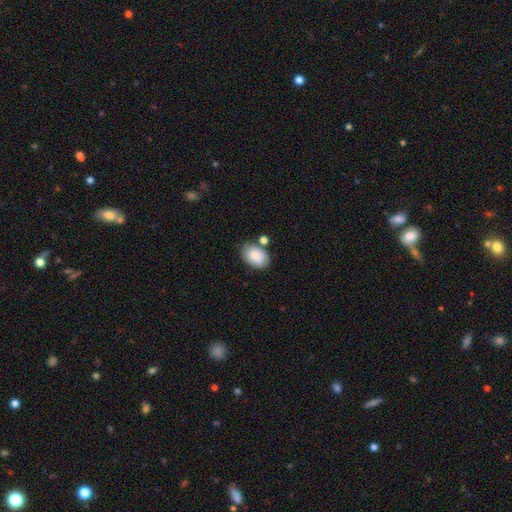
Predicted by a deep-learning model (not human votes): smooth-or-featured: smooth: 83% | featured or disk: 10% | star or artifact: 7%
  how-rounded: in between: 85% | round: 13% | cigar-shaped: 1%
  merging: none: 66% | minor disturbance: 18% | merger: 12% | major disturbance: 4%